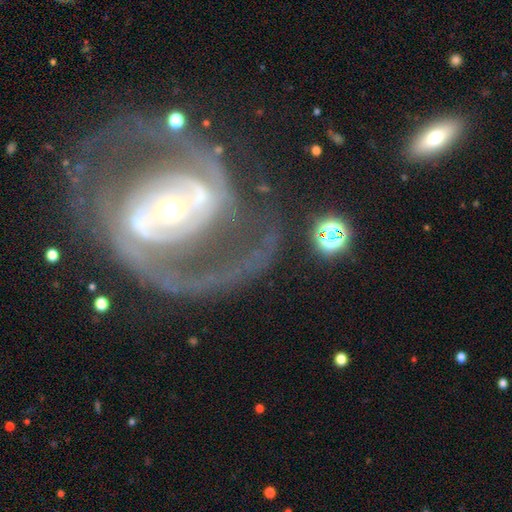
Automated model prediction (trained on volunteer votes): Smooth or featured? featured or disk (88%)
Edge-on disk? no (97%)
Bar? no (42%)
Spiral arms? yes (93%)
Spiral winding? medium (49%)
Spiral arm count? 2 (83%)
Bulge size? small (47%)
Merging? none (61%)